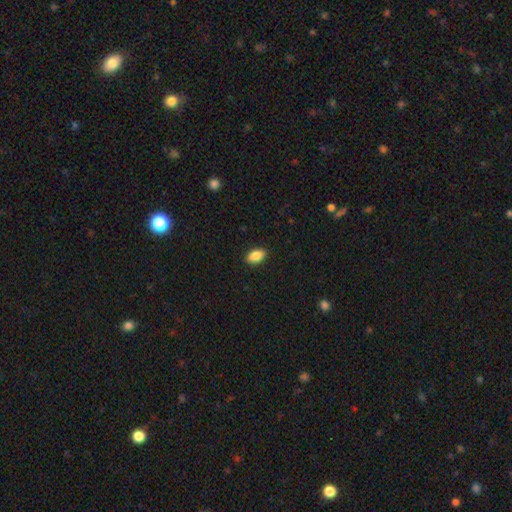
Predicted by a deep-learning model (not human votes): Overall: smooth (88%). How rounded: in between (92%). Merging: none (90%).